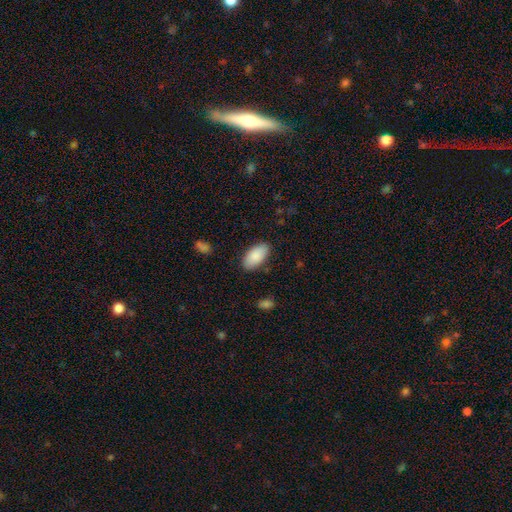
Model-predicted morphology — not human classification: A smooth galaxy with no disk features (89%) that is in between round and cigar-shaped (95%). Merging: none (86%).